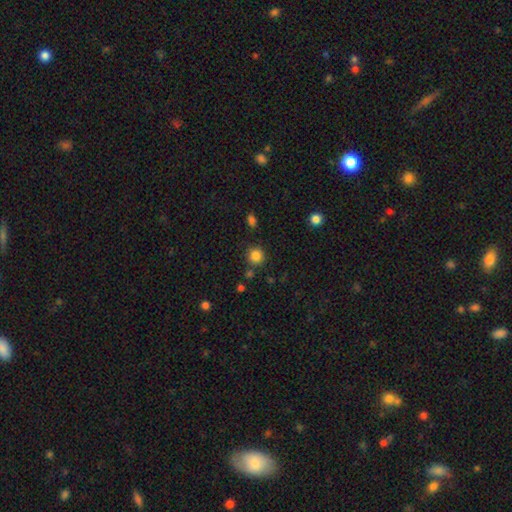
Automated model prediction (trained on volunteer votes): This appears to be a smooth galaxy with no disk features (84%) that is round (93%). Merging: none (84%).